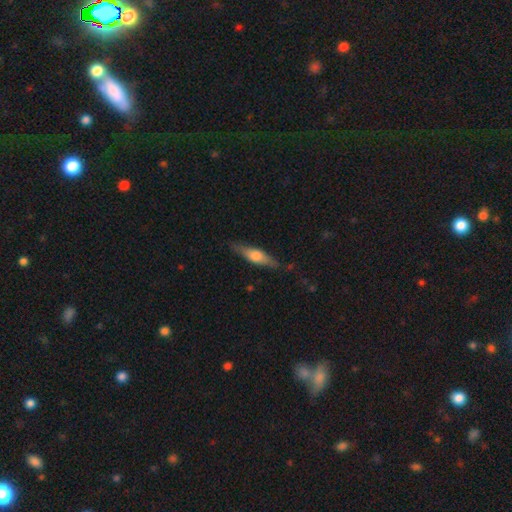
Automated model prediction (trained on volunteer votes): Q: Smooth or featured?
A: featured or disk (48%); runner-up: smooth (47%)
Q: Merging?
A: none (81%); runner-up: minor disturbance (14%)